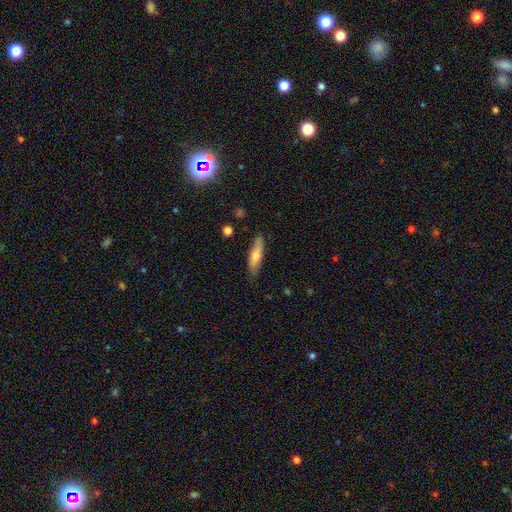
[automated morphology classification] This appears to be a smooth galaxy with no disk features (67%) that is cigar-shaped (67%). Merging: none (83%).